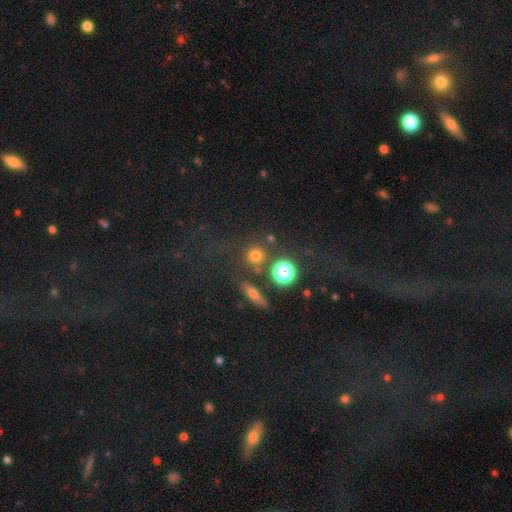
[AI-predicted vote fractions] smooth-or-featured: smooth: 72% | star or artifact: 20% | featured or disk: 8%
  how-rounded: round: 91% | in between: 7% | cigar-shaped: 2%
  merging: none: 79% | minor disturbance: 9% | merger: 9% | major disturbance: 4%